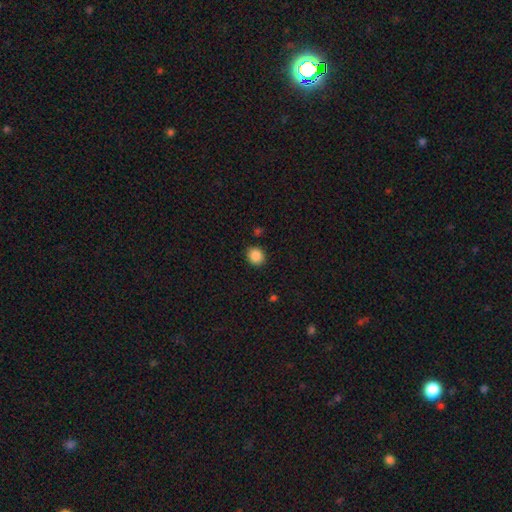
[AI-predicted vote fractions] A smooth galaxy with no disk features (87%) that is round (78%). Merging: none (89%).